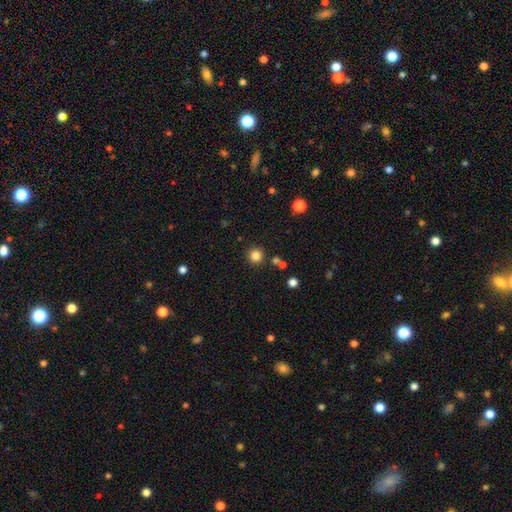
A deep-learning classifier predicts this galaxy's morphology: Smooth or featured? smooth (83%)
How rounded? round (95%)
Merging? none (87%)